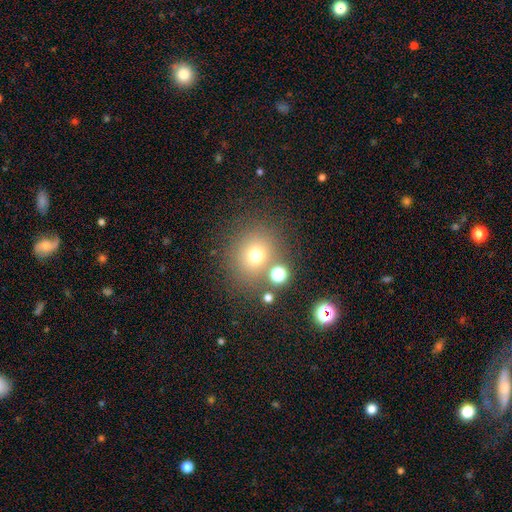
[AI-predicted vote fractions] The model was most divided on "smooth or featured": smooth: 70%, star or artifact: 19%, featured or disk: 11%. More confident: how rounded — round (83%); merging — none (75%).